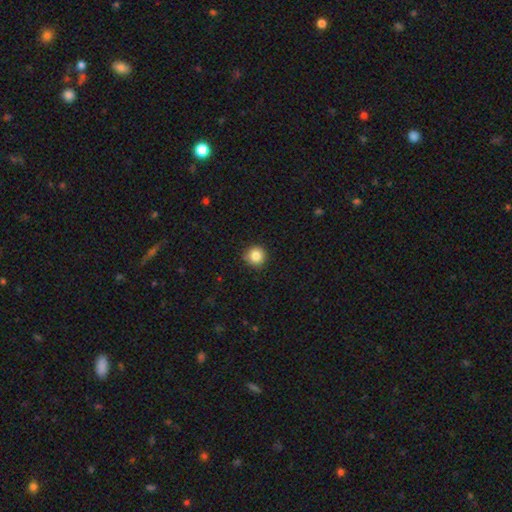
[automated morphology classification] Smooth or featured? smooth (84%)
How rounded? round (94%)
Merging? none (87%)